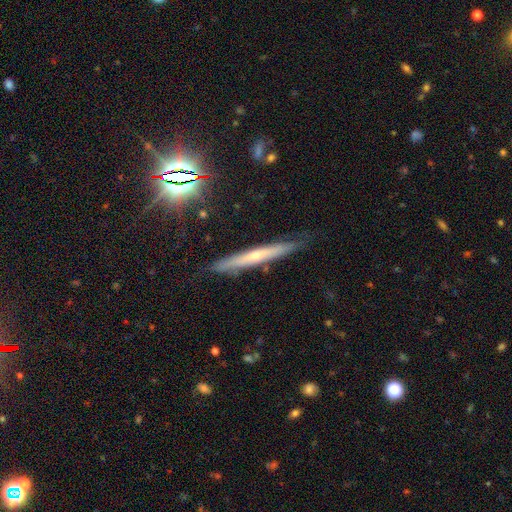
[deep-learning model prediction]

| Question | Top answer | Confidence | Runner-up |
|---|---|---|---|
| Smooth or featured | featured or disk | 57% | smooth (33%) |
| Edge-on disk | yes | 92% | no (8%) |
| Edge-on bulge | rounded | 58% | none (39%) |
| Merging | none | 84% | minor disturbance (13%) |